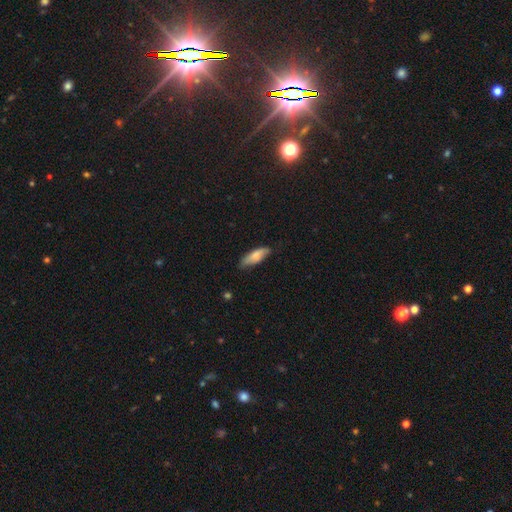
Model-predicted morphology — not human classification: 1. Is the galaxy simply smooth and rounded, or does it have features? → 74% smooth, 20% featured or disk, 6% star or artifact.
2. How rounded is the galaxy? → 57% in between, 41% cigar-shaped, 2% round.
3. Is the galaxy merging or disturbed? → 70% none, 24% minor disturbance, 4% major disturbance, 1% merger.